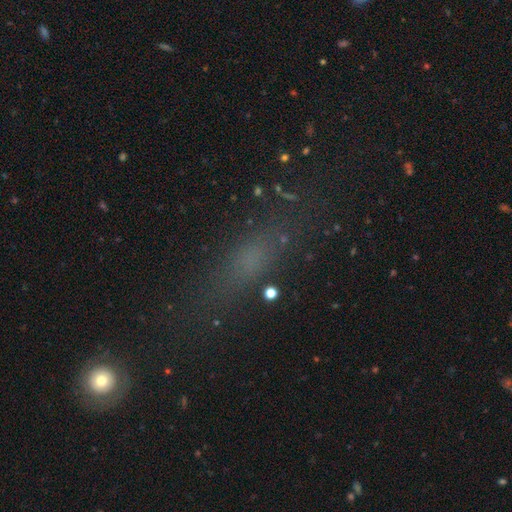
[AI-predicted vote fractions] A smooth galaxy with no disk features (53%) that is cigar-shaped (49%). Merging: none (69%).